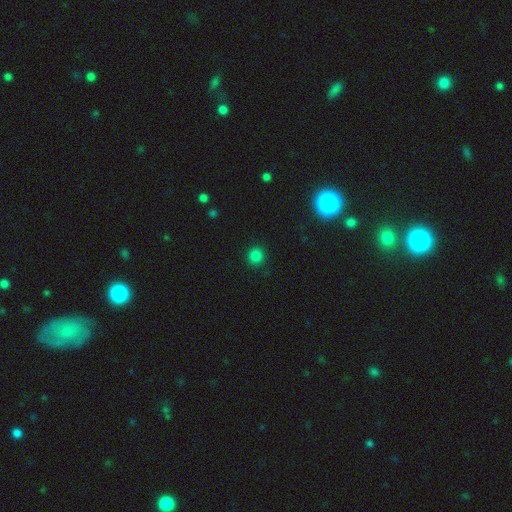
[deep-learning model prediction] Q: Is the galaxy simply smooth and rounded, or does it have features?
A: smooth — 82%.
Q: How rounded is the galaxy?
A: round — 92%.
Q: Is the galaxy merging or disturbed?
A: none — 90%.